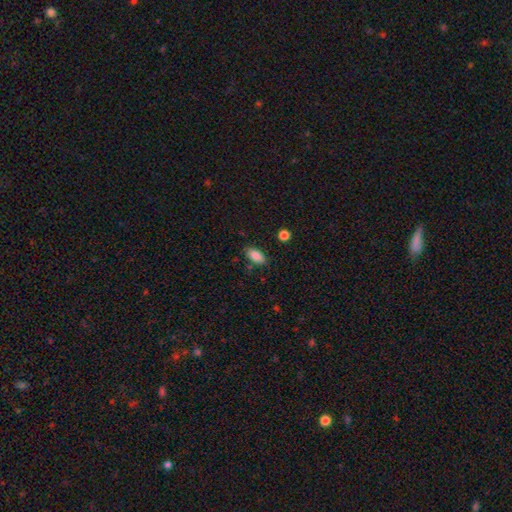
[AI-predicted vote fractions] This is clearly a smooth galaxy (86%). How rounded: clearly in between (90%). Merging: clearly none (82%).